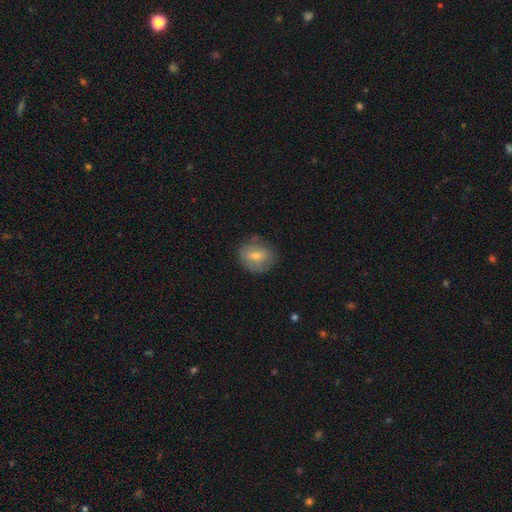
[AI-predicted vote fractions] The model was most divided on "smooth or featured": smooth: 53%, featured or disk: 37%, star or artifact: 10%. More confident: merging — none (71%); how rounded — round (67%).